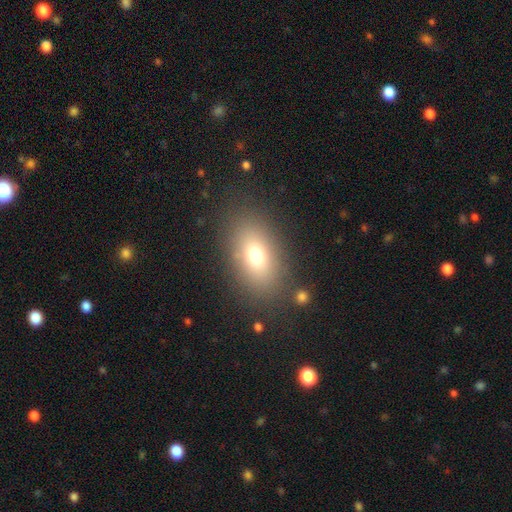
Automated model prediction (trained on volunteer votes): Overall: smooth (72%). How rounded: in between (83%). Merging: none (83%).